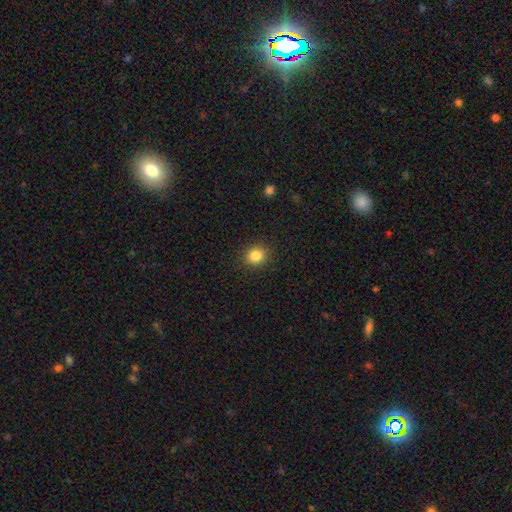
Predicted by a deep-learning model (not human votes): Morphology: type=smooth (85%); roundness=round (78%); merging=none (90%).